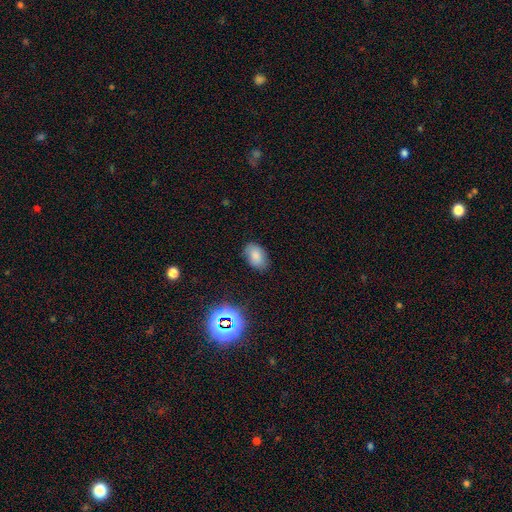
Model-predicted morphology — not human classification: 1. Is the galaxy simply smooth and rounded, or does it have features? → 80% smooth, 12% star or artifact, 7% featured or disk.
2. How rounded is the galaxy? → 89% in between, 10% round, 1% cigar-shaped.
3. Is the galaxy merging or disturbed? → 81% none, 14% minor disturbance, 3% major disturbance, 1% merger.